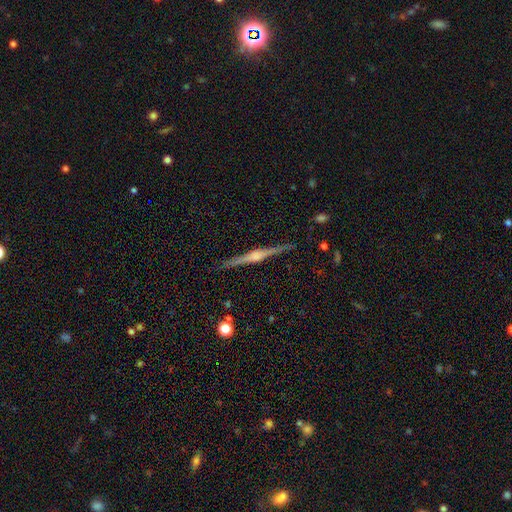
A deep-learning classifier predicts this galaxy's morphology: type=featured or disk (83%); edge-on=yes (98%); edge-on bulge=rounded (76%); merging=none (91%).